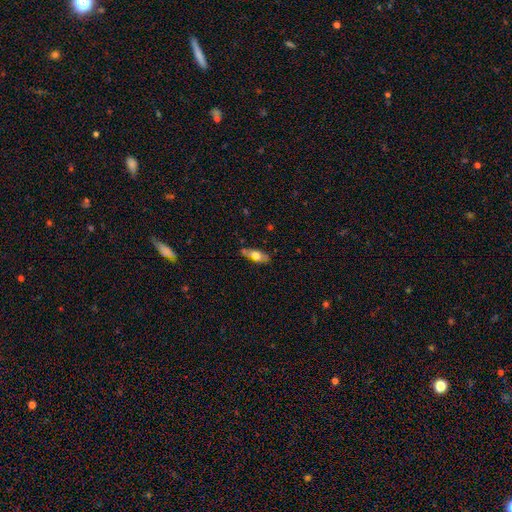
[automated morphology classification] Q: Smooth or featured?
A: smooth (56%); runner-up: featured or disk (37%)
Q: How rounded?
A: in between (74%); runner-up: cigar-shaped (22%)
Q: Merging?
A: none (65%); runner-up: minor disturbance (24%)